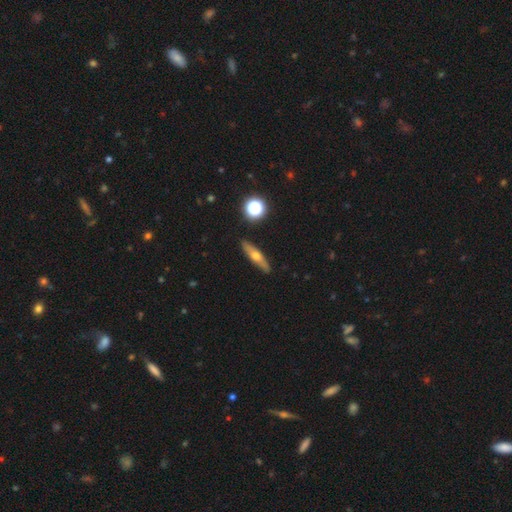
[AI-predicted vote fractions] smooth_or_featured: smooth (p=0.46) [tied with: featured or disk p=0.46]
merging: none (p=0.88) [alt: minor disturbance p=0.08]